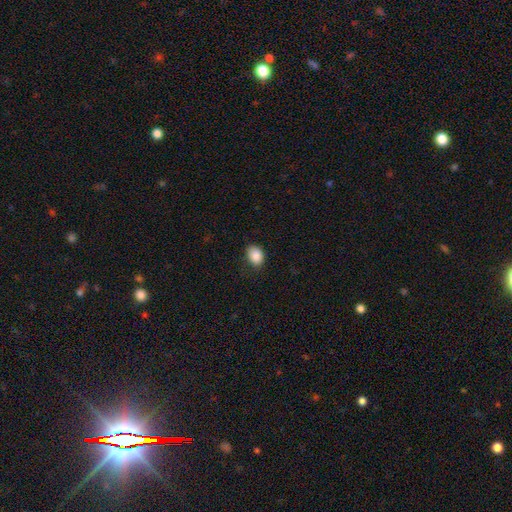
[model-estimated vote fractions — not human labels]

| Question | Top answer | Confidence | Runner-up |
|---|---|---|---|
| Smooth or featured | smooth | 88% | star or artifact (8%) |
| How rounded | in between | 72% | round (27%) |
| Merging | none | 75% | minor disturbance (20%) |